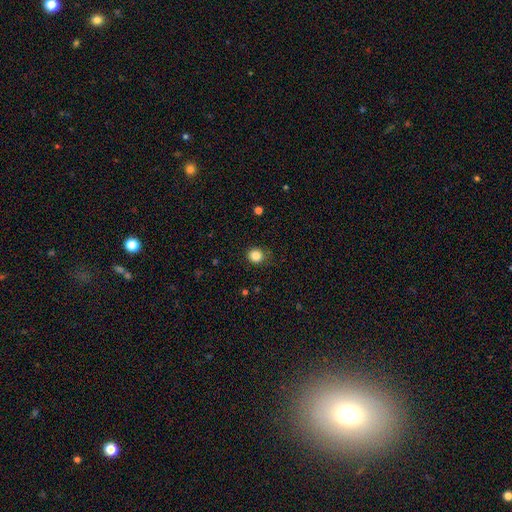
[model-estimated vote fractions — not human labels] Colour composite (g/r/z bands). It shows a smooth galaxy with no disk features (85%) that is round (88%). Merging: none (82%).